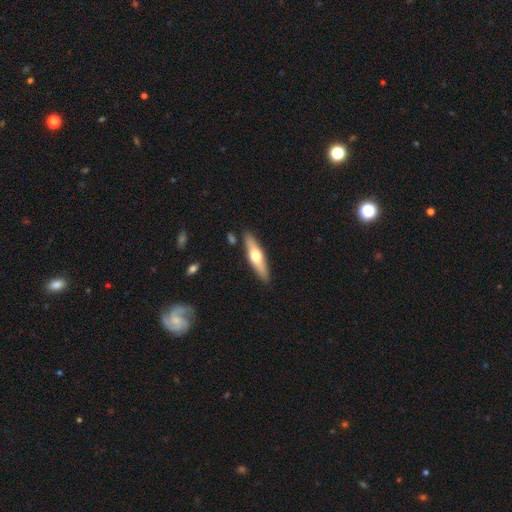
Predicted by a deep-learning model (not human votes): This appears to be a featured or disk galaxy (48%). Merging: none (88%).